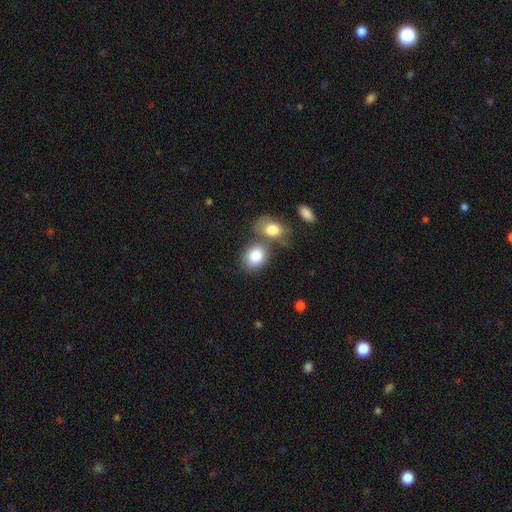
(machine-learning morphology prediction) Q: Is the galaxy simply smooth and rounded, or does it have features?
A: smooth — 83%.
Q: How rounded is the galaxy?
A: in between — 60%.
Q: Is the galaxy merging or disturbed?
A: none — 46%.